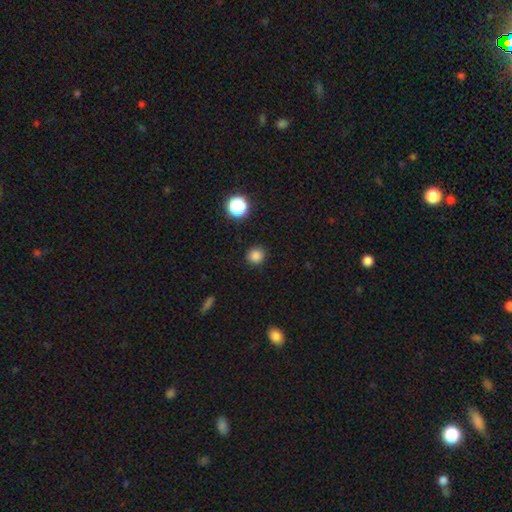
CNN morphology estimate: smooth-or-featured: smooth: 83% | star or artifact: 13% | featured or disk: 3%
  how-rounded: round: 92% | in between: 7% | cigar-shaped: 1%
  merging: none: 90% | minor disturbance: 7% | major disturbance: 2% | merger: 1%